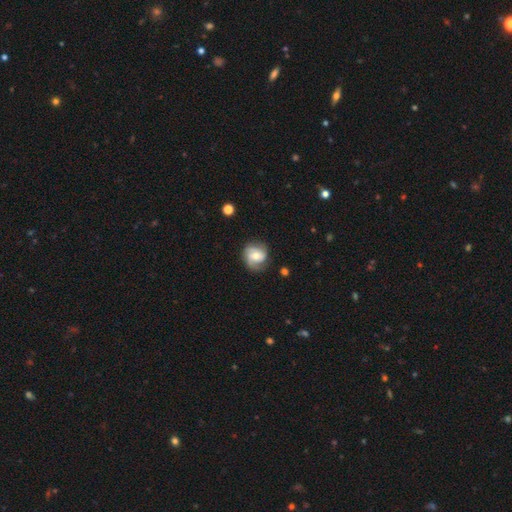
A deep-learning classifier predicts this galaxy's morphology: Q: Smooth or featured?
A: featured or disk (62%); runner-up: smooth (31%)
Q: Edge-on disk?
A: no (97%); runner-up: yes (3%)
Q: Bar?
A: no (54%); runner-up: weak (36%)
Q: Spiral arms?
A: yes (90%); runner-up: no (10%)
Q: Spiral winding?
A: medium (42%); runner-up: tight (38%)
Q: Spiral arm count?
A: 2 (58%); runner-up: can't tell (16%)
Q: Bulge size?
A: moderate (61%); runner-up: small (30%)
Q: Merging?
A: none (73%); runner-up: minor disturbance (19%)